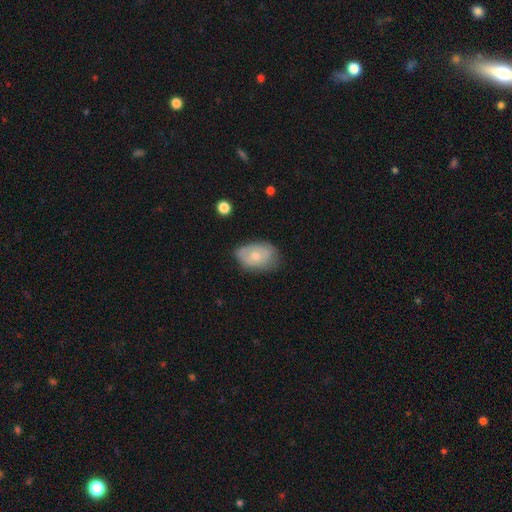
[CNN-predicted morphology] A smooth galaxy with no disk features (58%) that is in between round and cigar-shaped (86%).

Vote fractions:
- Smooth or featured? smooth: 58% / featured or disk: 36% / star or artifact: 7%
- How rounded? in between: 86% / round: 12% / cigar-shaped: 1%
- Merging? none: 59% / minor disturbance: 31% / major disturbance: 8% / merger: 2%